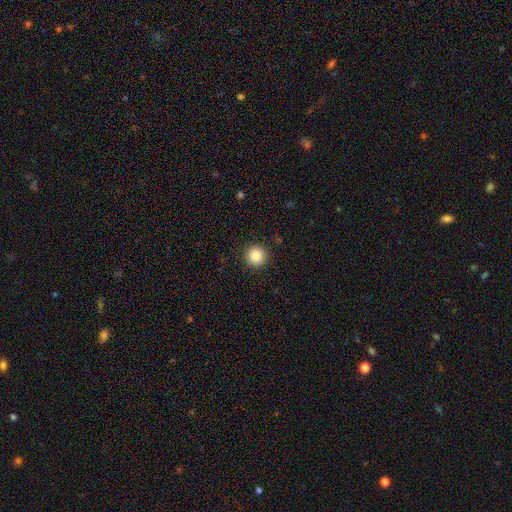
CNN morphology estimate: smooth_or_featured: smooth (p=0.87) [alt: star or artifact p=0.09]
how_rounded: round (p=0.96) [alt: in between p=0.03]
merging: none (p=0.92) [alt: minor disturbance p=0.05]